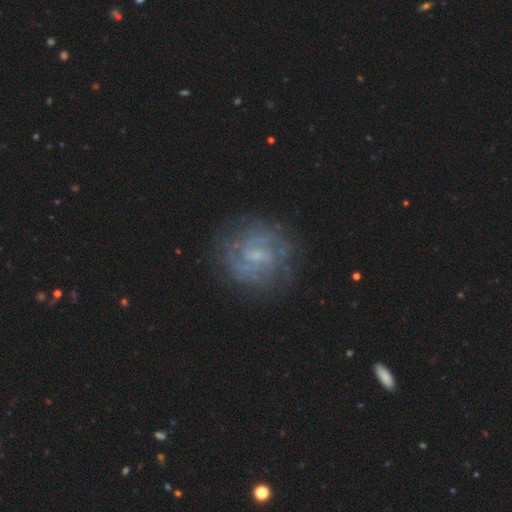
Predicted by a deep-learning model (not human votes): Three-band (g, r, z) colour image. It shows a featured or disk galaxy (80%) with a weak bar (56%), 2 (42%) tight (53%) spiral arms (92%) and a small central bulge (52%). Merging: none (79%).